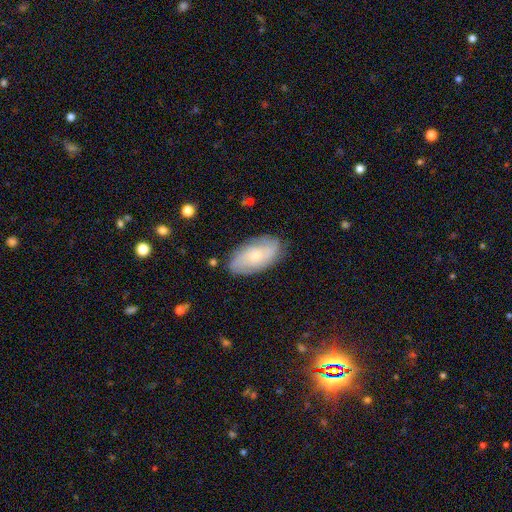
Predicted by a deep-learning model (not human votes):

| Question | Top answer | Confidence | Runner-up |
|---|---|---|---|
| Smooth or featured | featured or disk | 50% | smooth (43%) |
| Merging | none | 80% | minor disturbance (15%) |